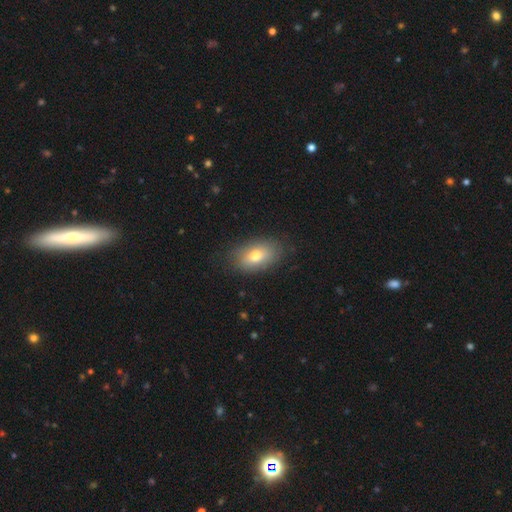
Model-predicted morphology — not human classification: smooth-or-featured: smooth: 73% | featured or disk: 18% | star or artifact: 9%
  how-rounded: in between: 87% | round: 11% | cigar-shaped: 2%
  merging: none: 82% | minor disturbance: 13% | major disturbance: 4% | merger: 1%